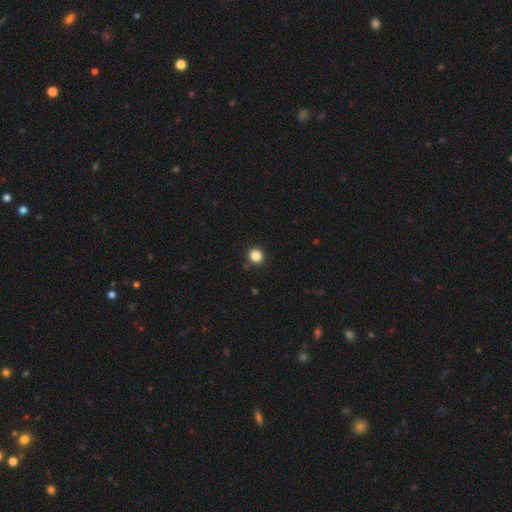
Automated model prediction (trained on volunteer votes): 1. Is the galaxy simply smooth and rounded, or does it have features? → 85% smooth, 12% star or artifact, 3% featured or disk.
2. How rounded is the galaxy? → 90% round, 9% in between, 1% cigar-shaped.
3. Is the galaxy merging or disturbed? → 90% none, 6% minor disturbance, 2% major disturbance, 2% merger.